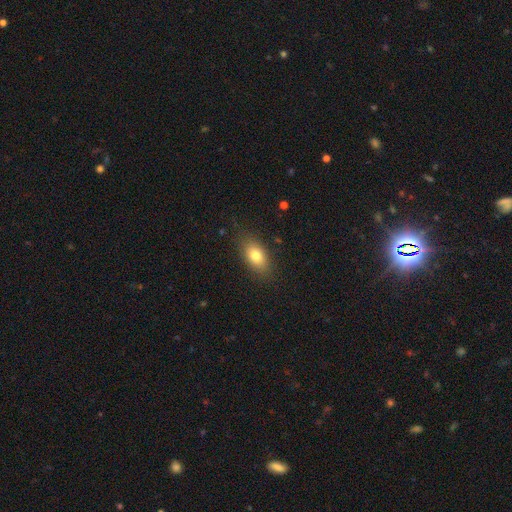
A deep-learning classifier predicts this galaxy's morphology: Overall: smooth (79%). How rounded: in between (85%). Merging: none (83%).